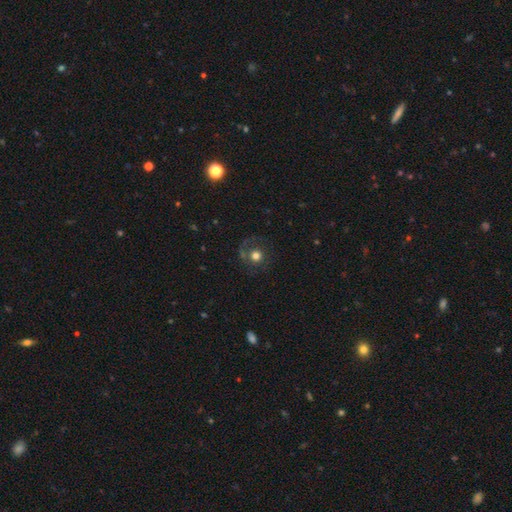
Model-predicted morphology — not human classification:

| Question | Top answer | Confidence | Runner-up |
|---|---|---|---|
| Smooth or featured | smooth | 55% | featured or disk (31%) |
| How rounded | round | 90% | in between (9%) |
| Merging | none | 66% | major disturbance (17%) |